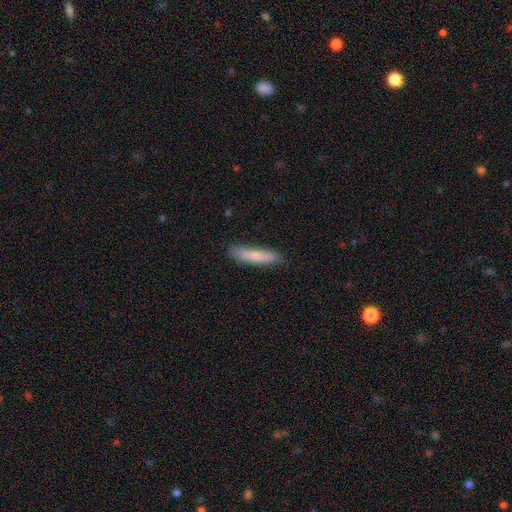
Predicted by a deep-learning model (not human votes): smooth 73%, featured or disk 21%, star or artifact 6%. Down the decision tree: how rounded — cigar-shaped (87%); merging — none (86%).